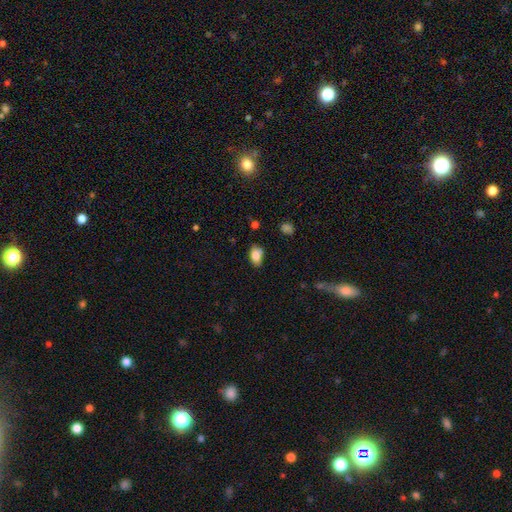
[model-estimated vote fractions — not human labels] smooth 81%, featured or disk 10%, star or artifact 9%. Down the decision tree: how rounded — in between (88%); merging — none (65%).